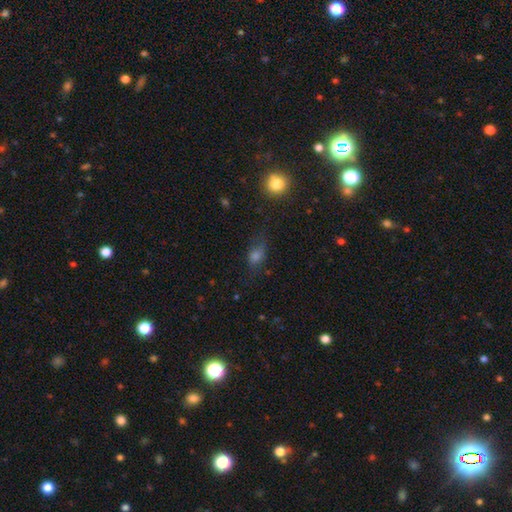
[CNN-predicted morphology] A smooth galaxy with no disk features (62%) that is in between round and cigar-shaped (66%). Merging: none (62%).